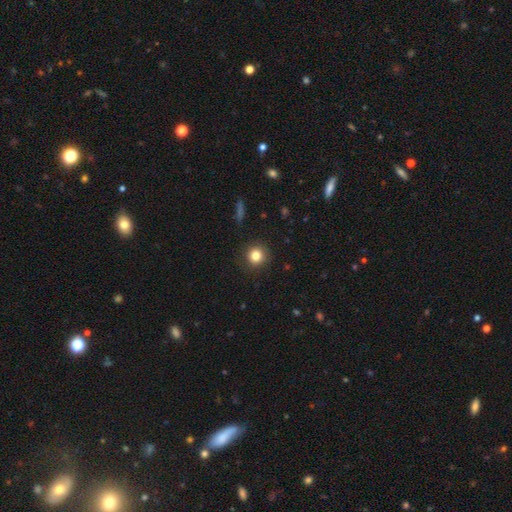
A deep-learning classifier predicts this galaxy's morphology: smooth 82%, star or artifact 11%, featured or disk 6%. Down the decision tree: how rounded — round (94%); merging — none (91%).